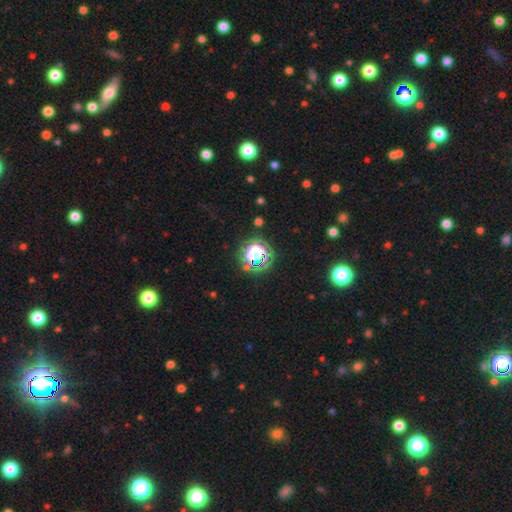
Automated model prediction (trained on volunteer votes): This appears to be a star or artifact, not a galaxy (56%).